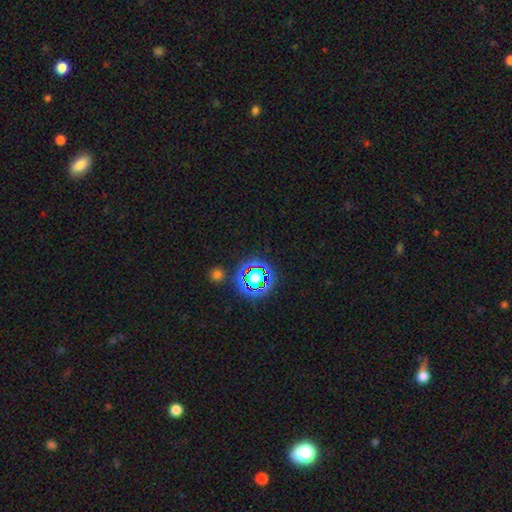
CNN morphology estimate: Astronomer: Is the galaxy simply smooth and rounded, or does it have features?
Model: star or artifact — 76%.